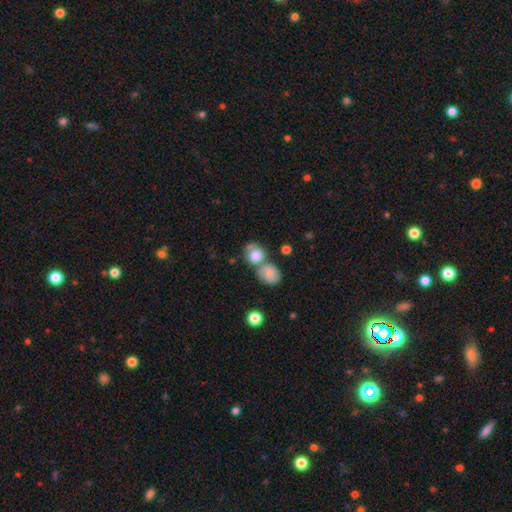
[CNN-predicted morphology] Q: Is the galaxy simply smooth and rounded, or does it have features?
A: smooth — 76%.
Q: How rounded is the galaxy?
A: round — 71%.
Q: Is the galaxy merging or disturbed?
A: merger — 47%.